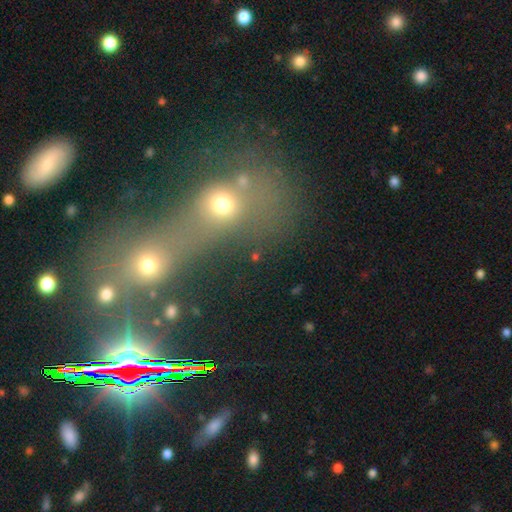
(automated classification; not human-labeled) Q: Smooth or featured?
A: smooth (54%); runner-up: star or artifact (29%)
Q: How rounded?
A: round (57%); runner-up: in between (38%)
Q: Merging?
A: merger (52%); runner-up: none (31%)